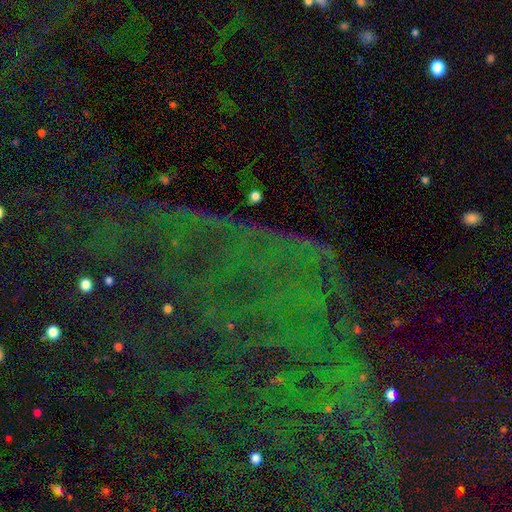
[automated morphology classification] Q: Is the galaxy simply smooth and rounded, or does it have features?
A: star or artifact — 78%.